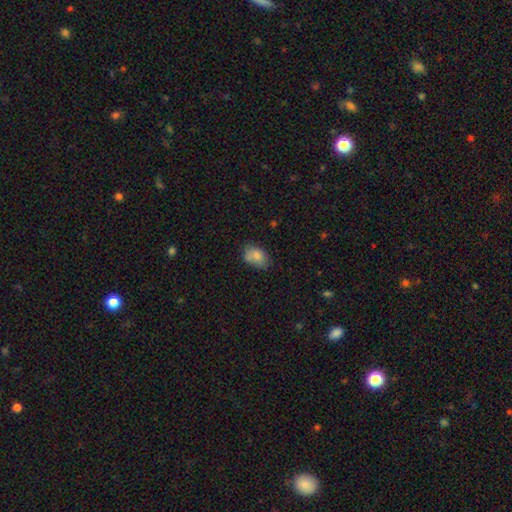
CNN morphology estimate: The model was most divided on "merging": none: 55%, minor disturbance: 27%, merger: 11%, major disturbance: 7%. More confident: how rounded — in between (83%); smooth or featured — smooth (80%).